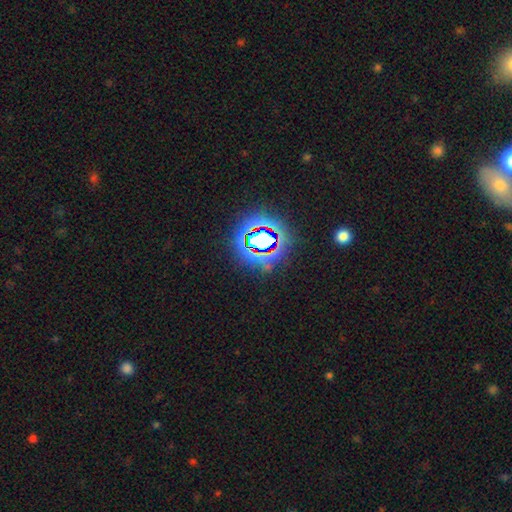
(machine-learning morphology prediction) Overall: star or artifact (78%).